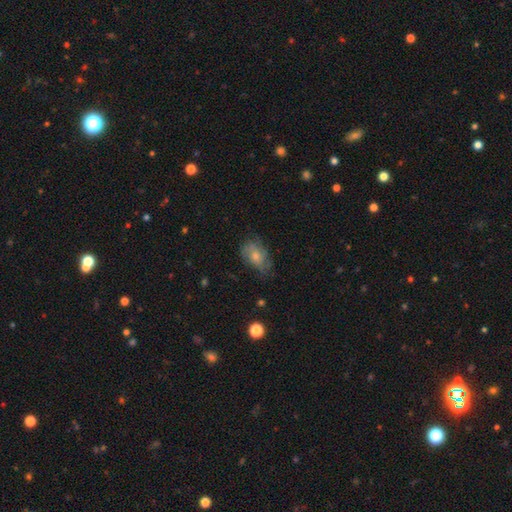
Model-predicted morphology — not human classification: Smooth or featured?
  - smooth: 57% *
  - featured or disk: 35%
  - star or artifact: 9%
How rounded?
  - in between: 82% *
  - round: 16%
  - cigar-shaped: 2%
Merging?
  - none: 54% *
  - minor disturbance: 30%
  - major disturbance: 14%
  - merger: 2%